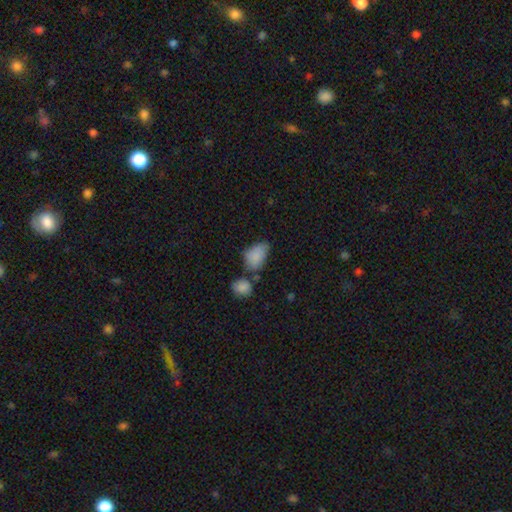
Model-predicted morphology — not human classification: smooth 83%, star or artifact 9%, featured or disk 8%. Down the decision tree: how rounded — in between (86%); merging — none (42%).